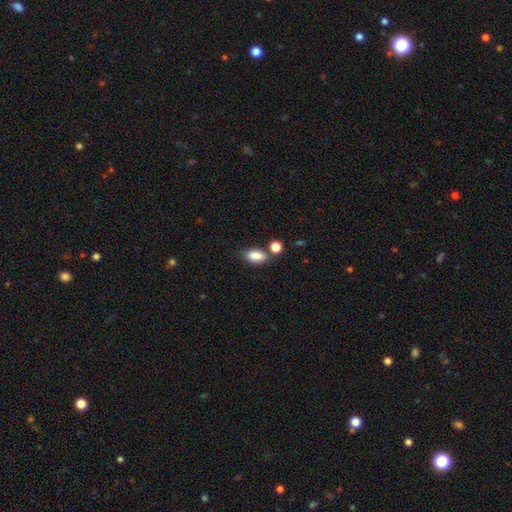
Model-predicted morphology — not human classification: smooth 86%, star or artifact 8%, featured or disk 6%. Down the decision tree: how rounded — in between (87%); merging — none (64%).